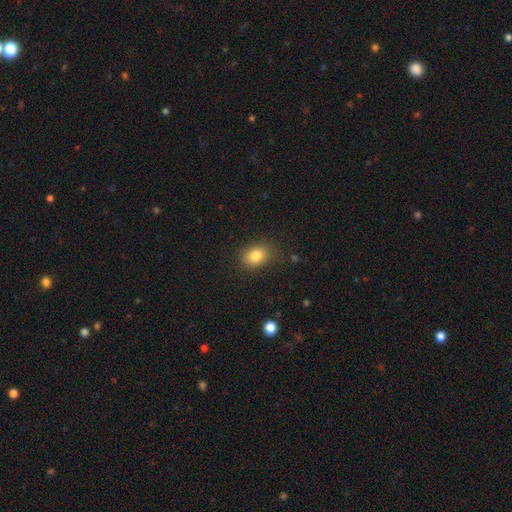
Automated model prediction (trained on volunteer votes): Overall: smooth (83%). How rounded: in between (67%; round 32%). Merging: none (81%).